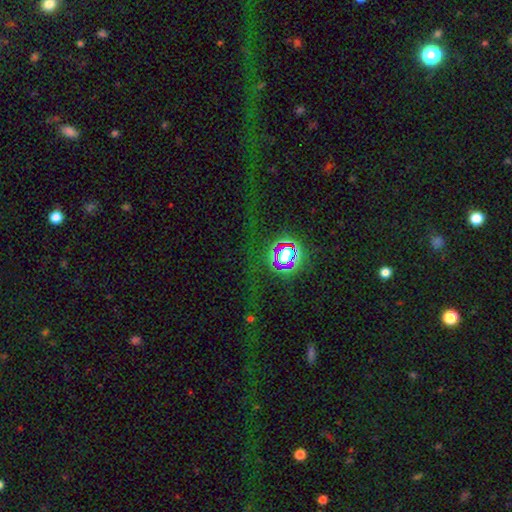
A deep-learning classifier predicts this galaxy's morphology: Smooth or featured?
  - star or artifact: 73% *
  - smooth: 15%
  - featured or disk: 12%